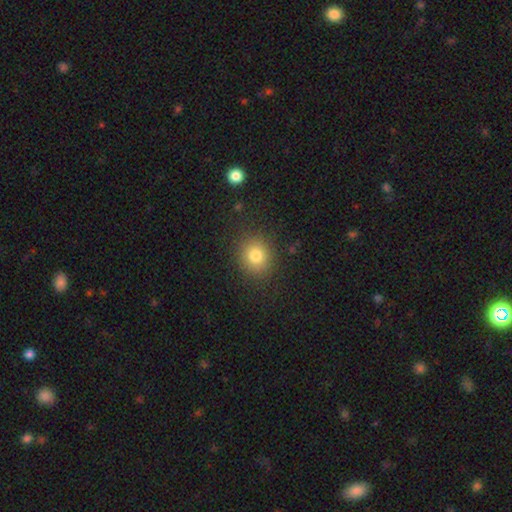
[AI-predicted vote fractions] A smooth galaxy with no disk features (80%) that is round (81%). Merging: none (87%).